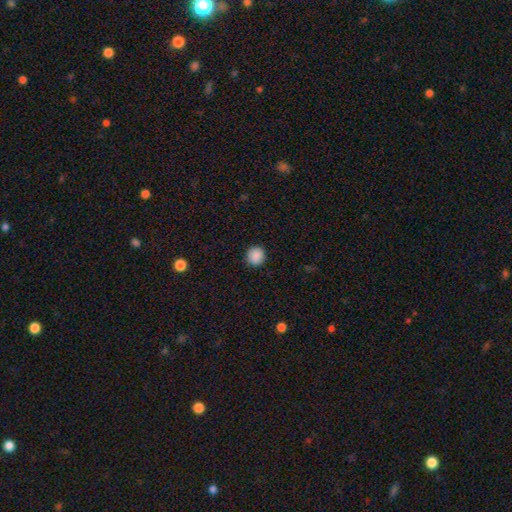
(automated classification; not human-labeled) Q: Smooth or featured?
A: smooth (89%); runner-up: star or artifact (9%)
Q: How rounded?
A: round (92%); runner-up: in between (7%)
Q: Merging?
A: none (91%); runner-up: minor disturbance (6%)